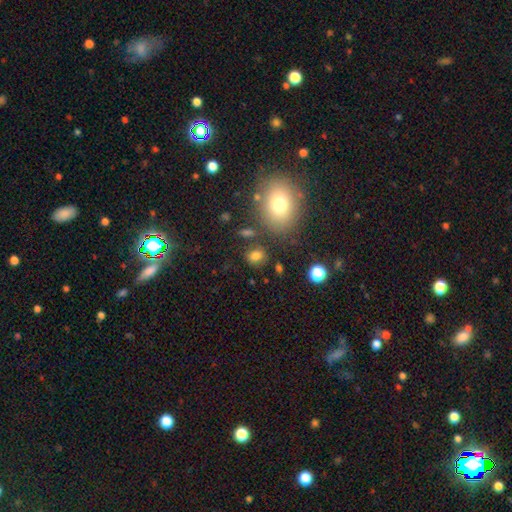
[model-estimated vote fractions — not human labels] This appears to be a smooth galaxy with no disk features (77%) that is round (51%). Merging: none (77%).